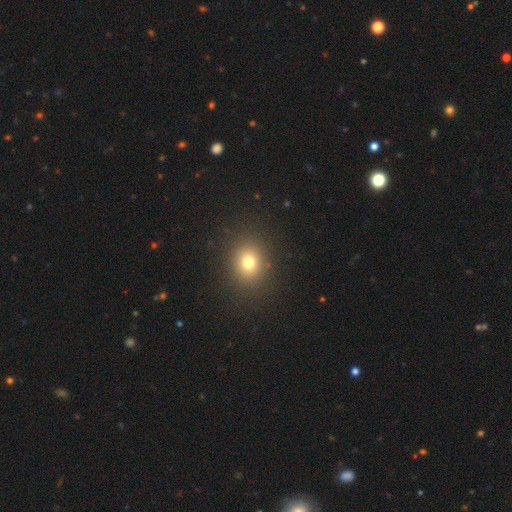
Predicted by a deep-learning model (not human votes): Smooth or featured? smooth (67%)
How rounded? round (68%)
Merging? none (92%)